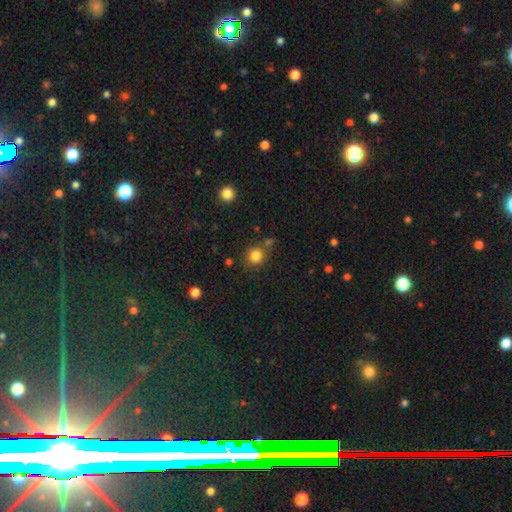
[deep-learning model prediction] A smooth galaxy with no disk features (83%) that is round (84%).

Vote fractions:
- Smooth or featured? smooth: 83% / star or artifact: 12% / featured or disk: 5%
- How rounded? round: 84% / in between: 15% / cigar-shaped: 1%
- Merging? none: 73% / merger: 12% / minor disturbance: 12% / major disturbance: 4%